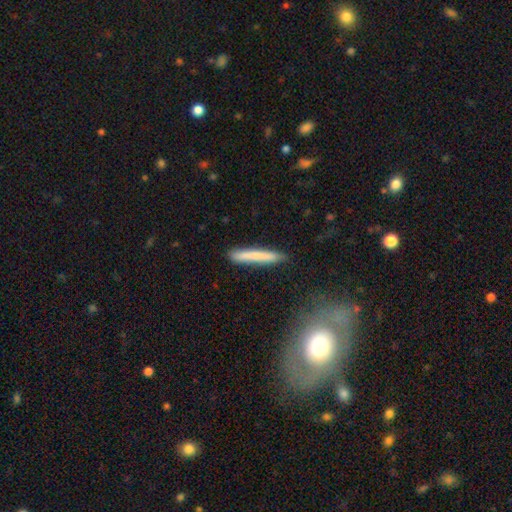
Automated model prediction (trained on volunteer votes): A smooth galaxy with no disk features (72%) that is cigar-shaped (95%). Merging: none (87%).